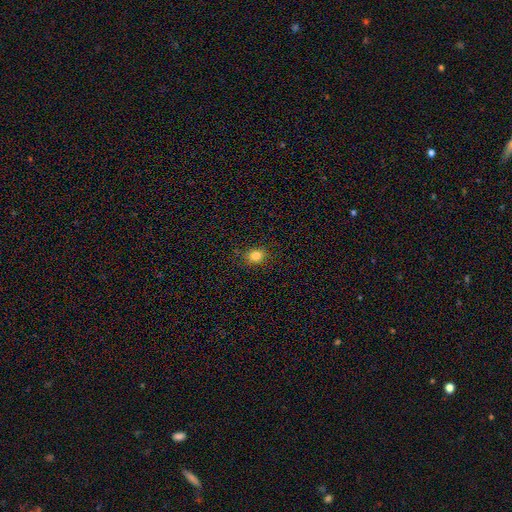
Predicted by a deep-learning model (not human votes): Overall: smooth (82%). How rounded: round (67%; in between 32%). Merging: none (87%).